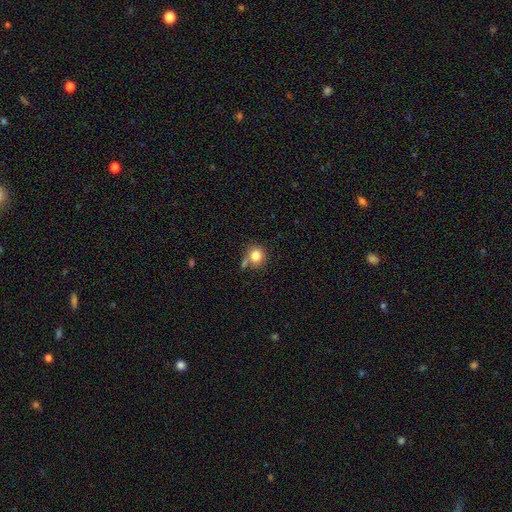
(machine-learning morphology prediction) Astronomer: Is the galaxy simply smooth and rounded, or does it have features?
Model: smooth — 82%.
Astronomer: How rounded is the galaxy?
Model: round — 87%.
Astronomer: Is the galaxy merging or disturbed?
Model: none — 64%.